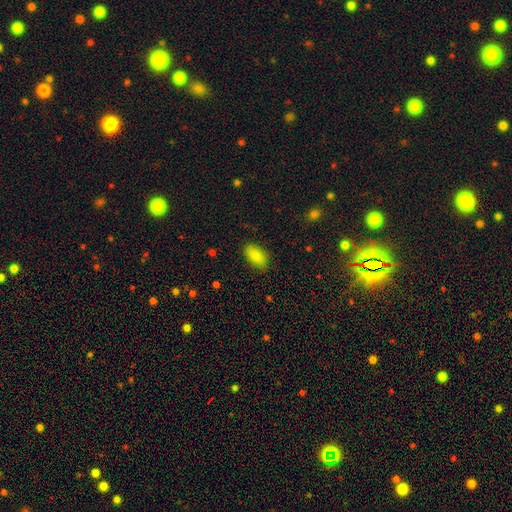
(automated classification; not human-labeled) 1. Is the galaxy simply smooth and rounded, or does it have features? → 87% smooth, 8% star or artifact, 5% featured or disk.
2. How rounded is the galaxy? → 91% in between, 5% cigar-shaped, 4% round.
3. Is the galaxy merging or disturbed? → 83% none, 13% minor disturbance, 3% major disturbance, 1% merger.